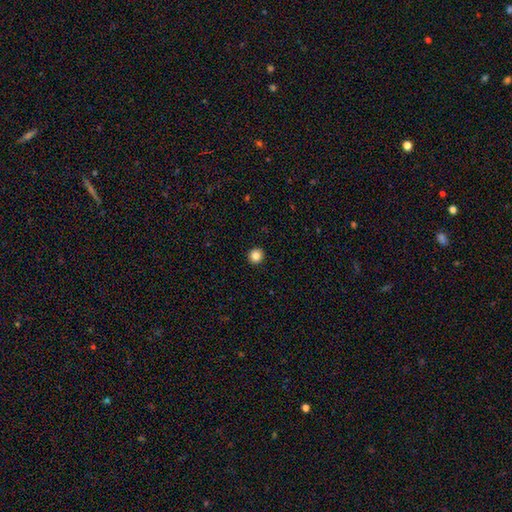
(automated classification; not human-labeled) smooth 85%, star or artifact 10%, featured or disk 5%. Down the decision tree: how rounded — round (91%); merging — none (94%).